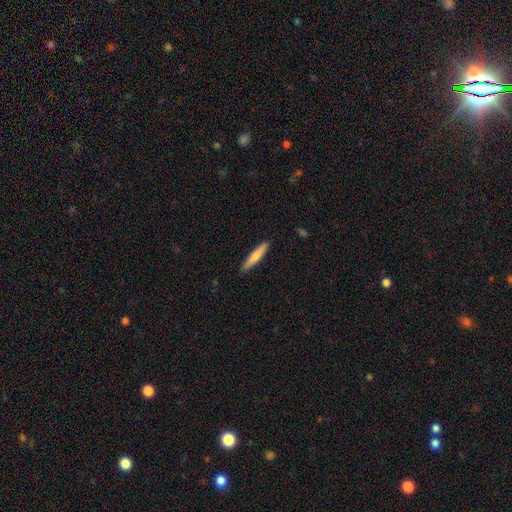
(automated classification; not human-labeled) A smooth galaxy with no disk features (68%) that is cigar-shaped (91%). Merging: none (90%).